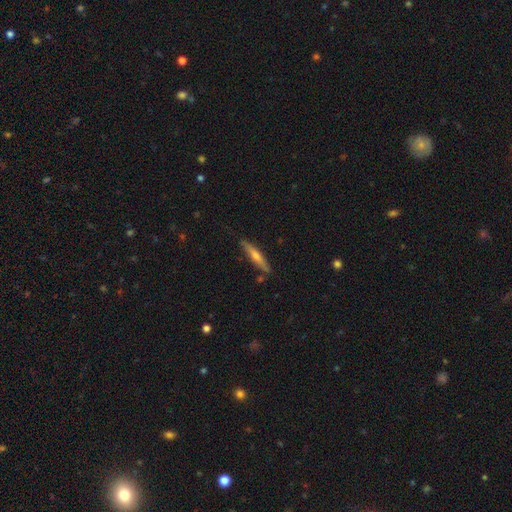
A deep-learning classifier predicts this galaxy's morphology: The model was most divided on "smooth or featured": featured or disk: 56%, smooth: 38%, star or artifact: 6%. More confident: edge-on disk — yes (95%); merging — none (84%); edge-on bulge — rounded (80%).